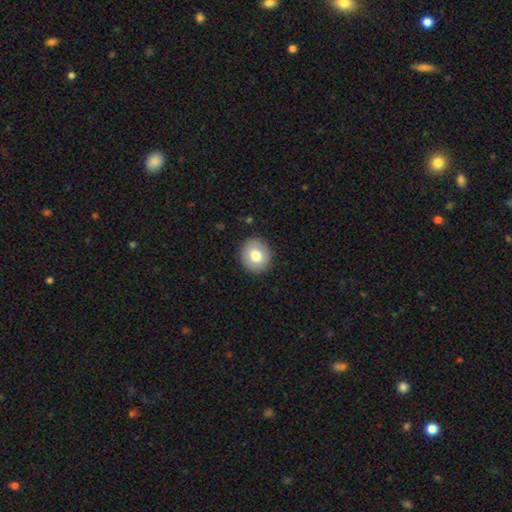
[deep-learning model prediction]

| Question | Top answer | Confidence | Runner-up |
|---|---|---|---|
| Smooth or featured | smooth | 78% | featured or disk (14%) |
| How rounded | round | 82% | in between (17%) |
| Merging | none | 90% | minor disturbance (7%) |